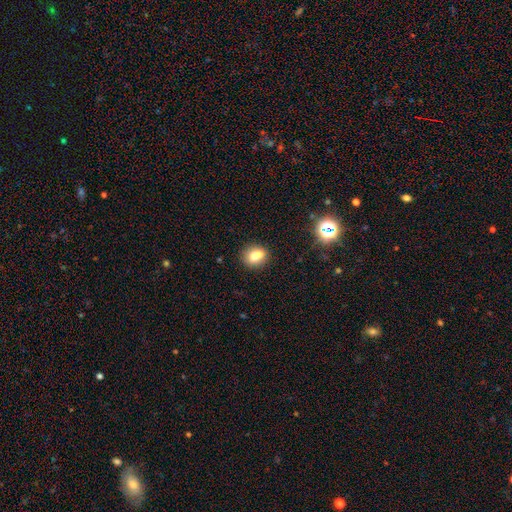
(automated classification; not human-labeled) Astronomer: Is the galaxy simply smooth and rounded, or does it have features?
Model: smooth — 78%.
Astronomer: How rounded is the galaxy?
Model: in between — 53% (runner-up: round, 45%).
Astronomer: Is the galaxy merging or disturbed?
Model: none — 68%.